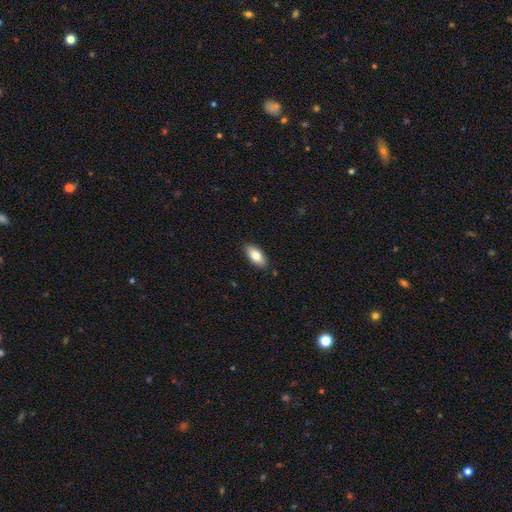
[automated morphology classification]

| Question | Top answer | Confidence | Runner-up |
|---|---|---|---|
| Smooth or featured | smooth | 81% | featured or disk (13%) |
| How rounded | in between | 90% | cigar-shaped (8%) |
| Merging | none | 88% | minor disturbance (10%) |